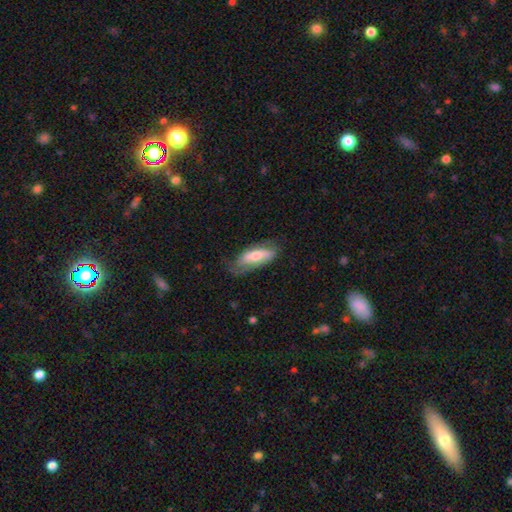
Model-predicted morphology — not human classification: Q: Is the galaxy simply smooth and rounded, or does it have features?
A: featured or disk — 47%, tied with smooth.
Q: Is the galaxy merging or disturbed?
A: none — 58%.